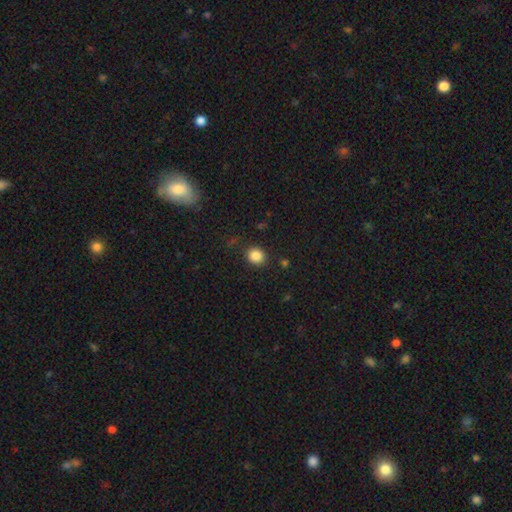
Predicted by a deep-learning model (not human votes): A smooth galaxy with no disk features (85%) that is round (79%).

Vote fractions:
- Smooth or featured? smooth: 85% / star or artifact: 11% / featured or disk: 4%
- How rounded? round: 79% / in between: 20% / cigar-shaped: 1%
- Merging? none: 87% / minor disturbance: 8% / major disturbance: 3% / merger: 2%